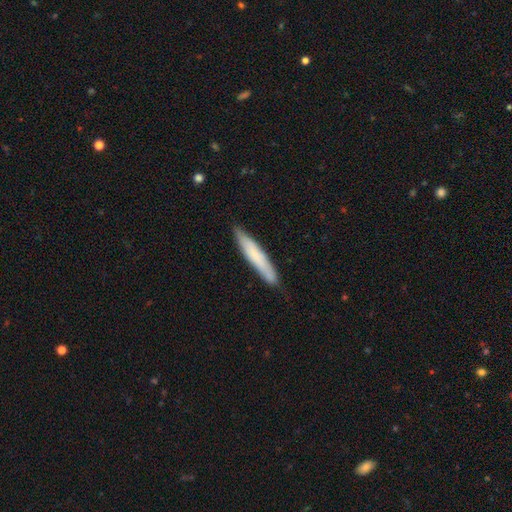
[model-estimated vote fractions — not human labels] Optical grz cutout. It shows a smooth galaxy with no disk features (68%) that is cigar-shaped (92%). Merging: none (83%).